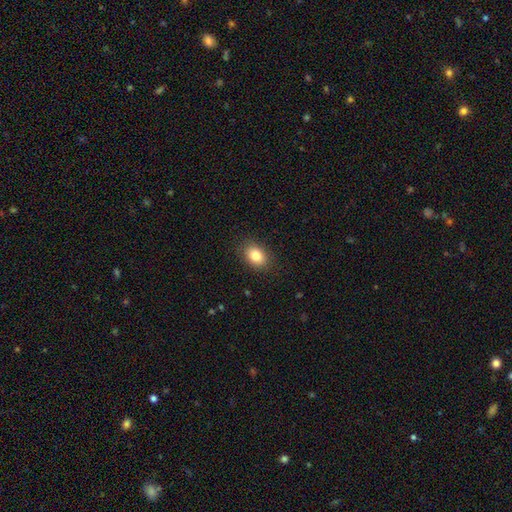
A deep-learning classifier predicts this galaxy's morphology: smooth-or-featured: smooth: 83% | star or artifact: 9% | featured or disk: 8%
  how-rounded: in between: 79% | round: 20% | cigar-shaped: 1%
  merging: none: 87% | minor disturbance: 9% | major disturbance: 3% | merger: 1%